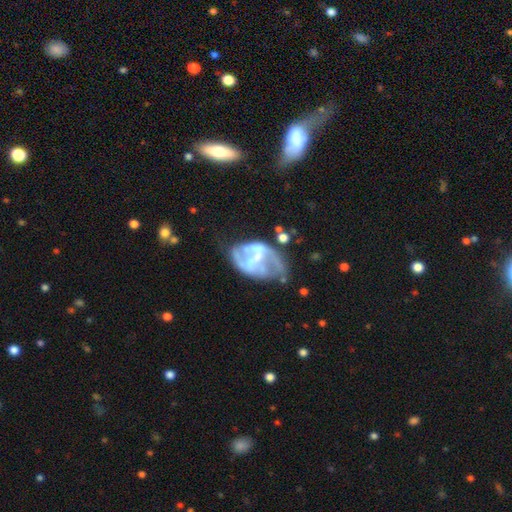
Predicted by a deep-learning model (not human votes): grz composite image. It shows a featured or disk galaxy (73%) with no bar (40%), spiral arms (56%) and no central bulge (45%). Merging: none (35%).